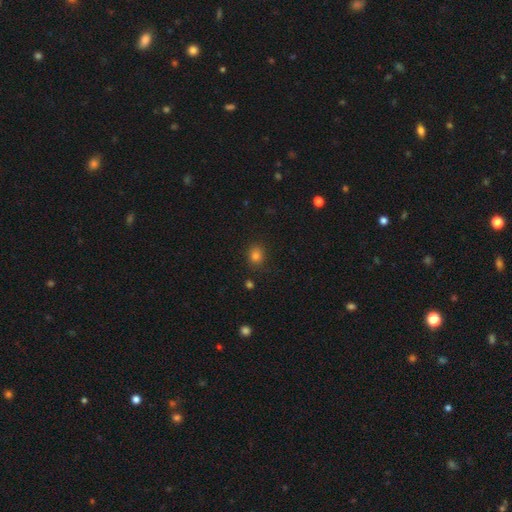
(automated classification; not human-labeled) Morphology: type=smooth (81%); roundness=round (76%); merging=none (86%).